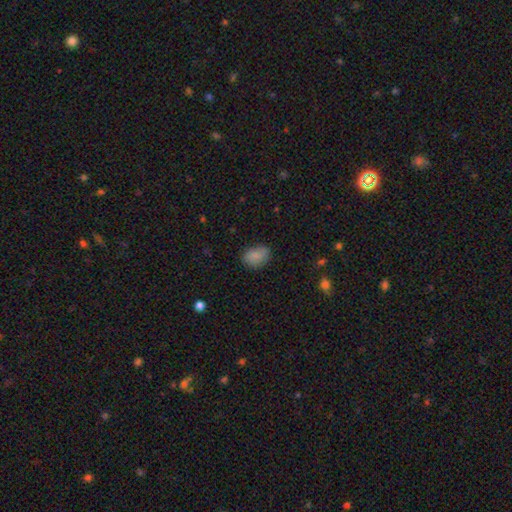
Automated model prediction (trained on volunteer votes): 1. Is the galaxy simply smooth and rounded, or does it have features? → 84% smooth, 8% star or artifact, 8% featured or disk.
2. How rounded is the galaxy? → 84% in between, 14% round, 1% cigar-shaped.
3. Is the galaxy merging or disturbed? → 80% none, 15% minor disturbance, 3% major disturbance, 1% merger.